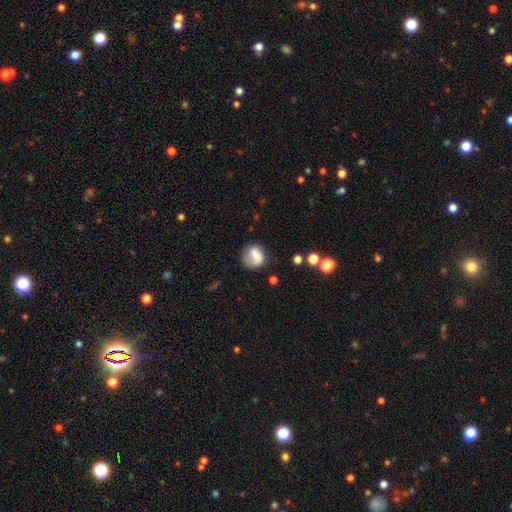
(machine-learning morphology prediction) Smooth or featured?
  - smooth: 67% *
  - featured or disk: 23%
  - star or artifact: 9%
How rounded?
  - round: 68% *
  - in between: 30%
  - cigar-shaped: 1%
Merging?
  - none: 50% *
  - minor disturbance: 26%
  - major disturbance: 17%
  - merger: 7%